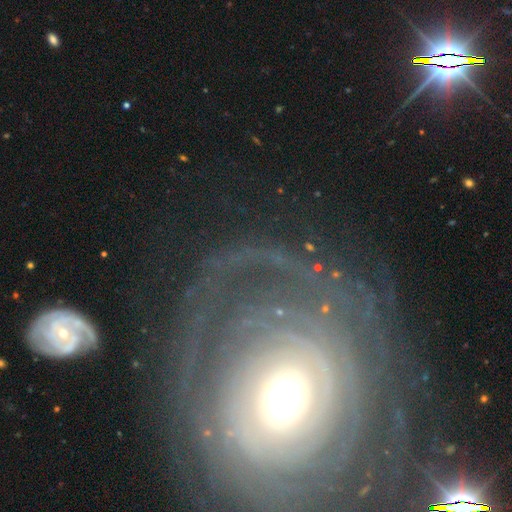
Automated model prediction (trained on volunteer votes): Smooth or featured?
  - featured or disk: 75% *
  - smooth: 13%
  - star or artifact: 12%
Edge-on disk?
  - no: 94% *
  - yes: 6%
Bar?
  - no: 71% *
  - weak: 17%
  - strong: 12%
Spiral arms?
  - yes: 76% *
  - no: 24%
Spiral winding?
  - tight: 71% *
  - medium: 18%
  - loose: 10%
Spiral arm count?
  - can't tell: 39% *
  - 2: 18%
  - 3: 12%
  - more than 4: 12%
  - 4: 10%
  - 1: 10%
Bulge size?
  - moderate: 55% *
  - small: 22%
  - large: 17%
  - dominant: 4%
  - none: 2%
Merging?
  - none: 68% *
  - major disturbance: 16%
  - minor disturbance: 12%
  - merger: 4%